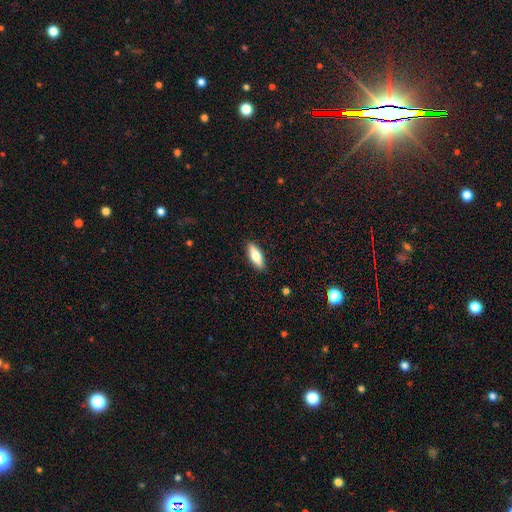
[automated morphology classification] smooth 65%, featured or disk 29%, star or artifact 6%. Down the decision tree: how rounded — in between (60%); merging — none (89%).